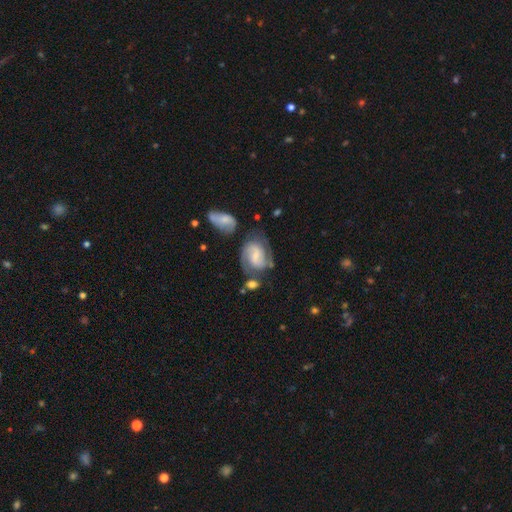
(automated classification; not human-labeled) Smooth or featured?
  - featured or disk: 68% *
  - smooth: 25%
  - star or artifact: 7%
Edge-on disk?
  - no: 97% *
  - yes: 3%
Bar?
  - weak: 48% *
  - no: 35%
  - strong: 17%
Spiral arms?
  - yes: 91% *
  - no: 9%
Spiral winding?
  - medium: 48% *
  - tight: 33%
  - loose: 19%
Spiral arm count?
  - 2: 78% *
  - can't tell: 12%
  - 3: 4%
  - 1: 4%
  - 4: 1%
  - more than 4: 1%
Bulge size?
  - small: 37% *
  - none: 29%
  - moderate: 23%
  - large: 9%
  - dominant: 2%
Merging?
  - none: 54% *
  - minor disturbance: 21%
  - major disturbance: 12%
  - merger: 12%